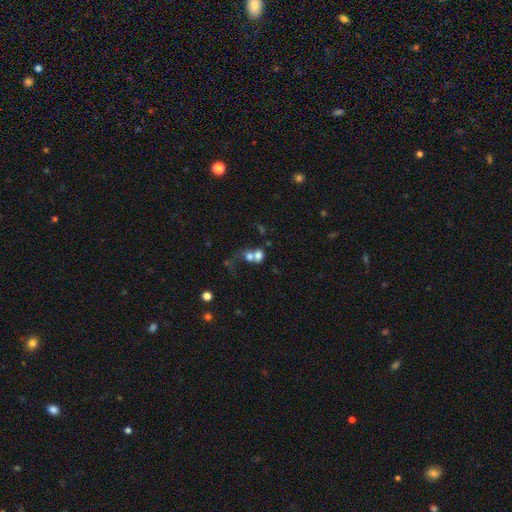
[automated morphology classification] type=smooth (66%); roundness=round (65%); merging=merger (67%).